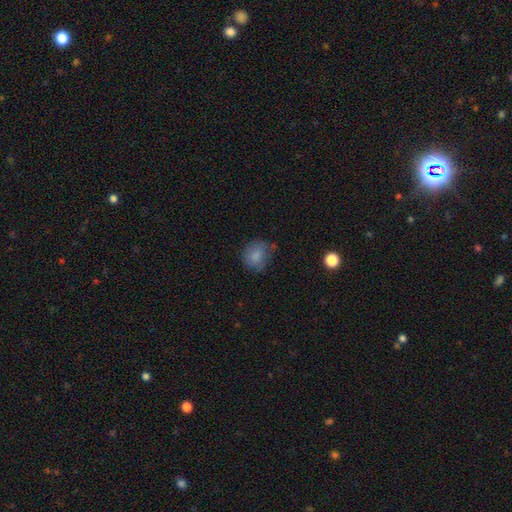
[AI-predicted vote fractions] A smooth galaxy with no disk features (81%) that is round (70%). Merging: none (62%).